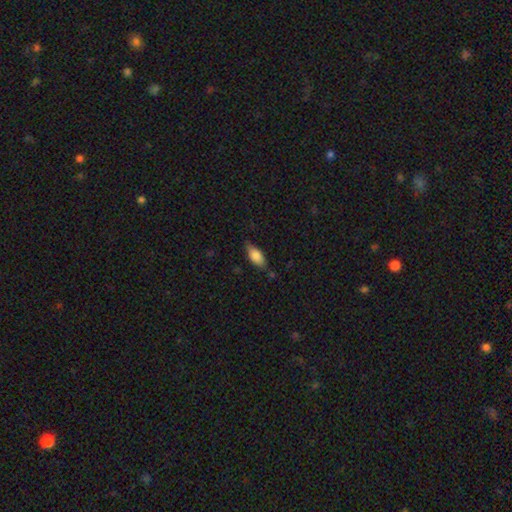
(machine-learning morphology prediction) Smooth or featured? smooth (82%)
How rounded? in between (86%)
Merging? none (70%)